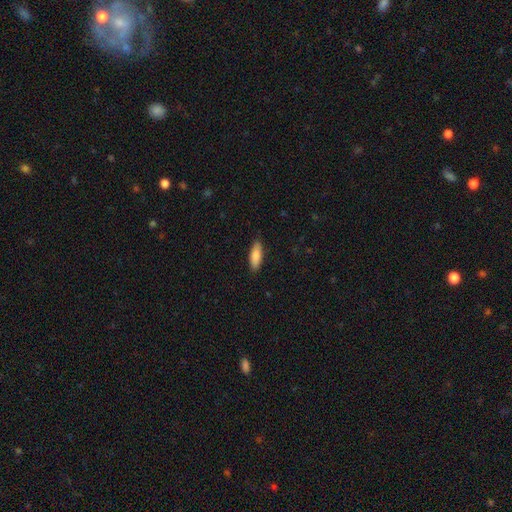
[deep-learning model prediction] Q: Smooth or featured?
A: smooth (85%); runner-up: featured or disk (9%)
Q: How rounded?
A: in between (63%); runner-up: cigar-shaped (35%)
Q: Merging?
A: none (88%); runner-up: minor disturbance (10%)